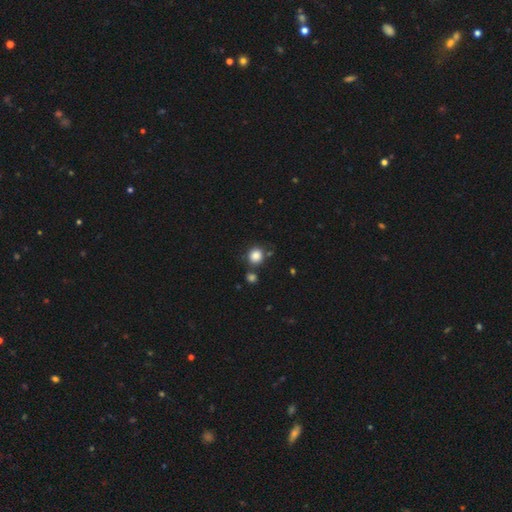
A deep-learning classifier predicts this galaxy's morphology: Smooth or featured: smooth — 85% (star or artifact — 10%)
How rounded: round — 85% (in between — 14%)
Merging: none — 75% (minor disturbance — 11%)